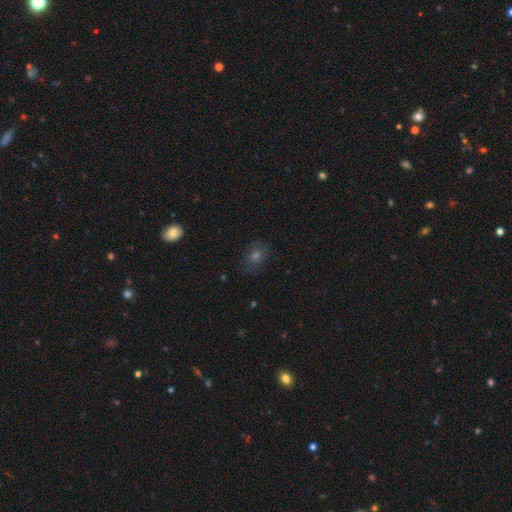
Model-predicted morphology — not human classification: type=smooth (56%); roundness=round (55%); merging=none (79%).